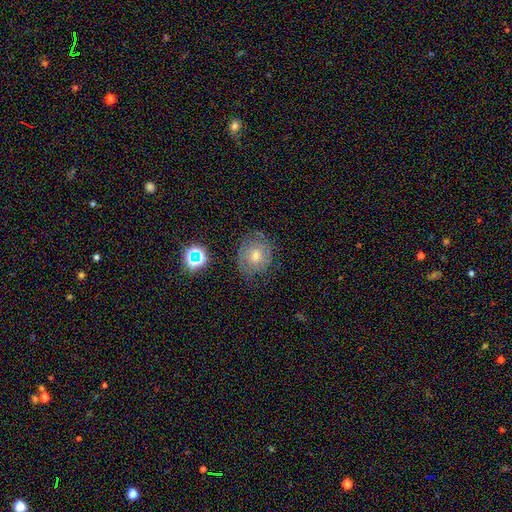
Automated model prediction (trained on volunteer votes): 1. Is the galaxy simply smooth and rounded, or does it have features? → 55% featured or disk, 29% smooth, 16% star or artifact.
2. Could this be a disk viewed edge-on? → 97% no, 3% yes.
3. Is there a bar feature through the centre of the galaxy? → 78% no, 18% weak, 4% strong.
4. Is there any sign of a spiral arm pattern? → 78% yes, 22% no.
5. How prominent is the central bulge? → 56% moderate, 38% small, 3% large, 2% none, 1% dominant.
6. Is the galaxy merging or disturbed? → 74% none, 17% minor disturbance, 7% major disturbance, 2% merger.